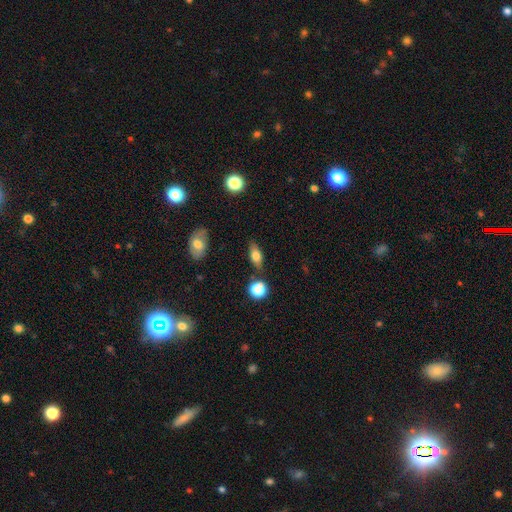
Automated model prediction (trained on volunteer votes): Q: Smooth or featured?
A: smooth (69%); runner-up: featured or disk (21%)
Q: How rounded?
A: in between (77%); runner-up: cigar-shaped (14%)
Q: Merging?
A: none (78%); runner-up: minor disturbance (13%)